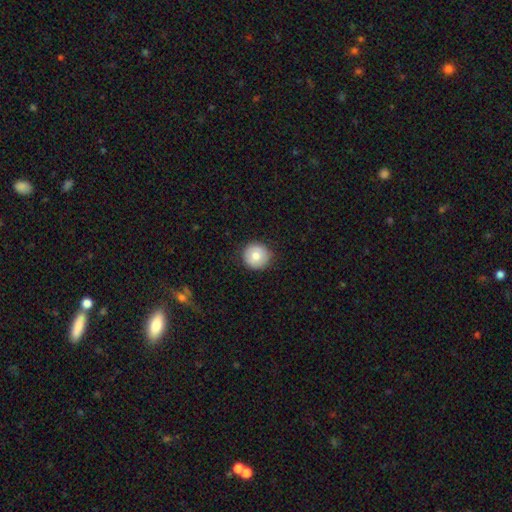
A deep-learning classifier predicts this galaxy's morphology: A smooth galaxy with no disk features (78%) that is round (95%). Merging: none (89%).